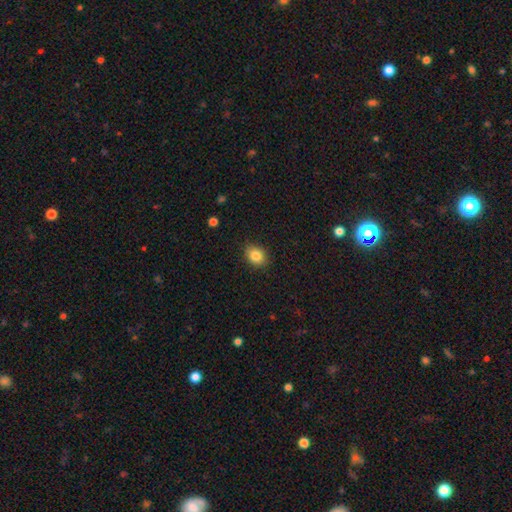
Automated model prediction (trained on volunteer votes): Smooth or featured? Predicted: smooth (p=0.85). How rounded? Predicted: round (p=0.51). Merging? Predicted: none (p=0.86).